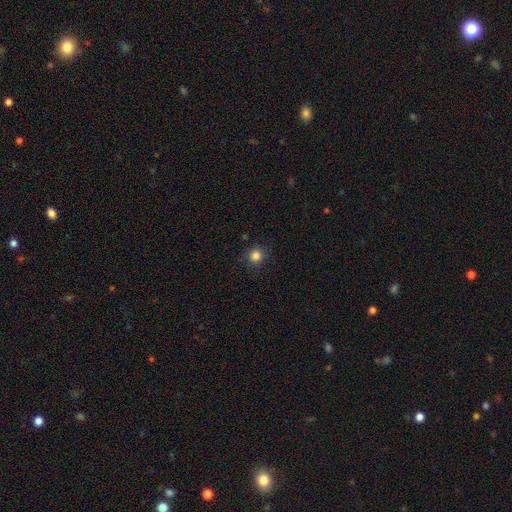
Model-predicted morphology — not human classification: This is clearly a smooth galaxy (83%). How rounded: clearly round (93%). Merging: clearly none (90%).